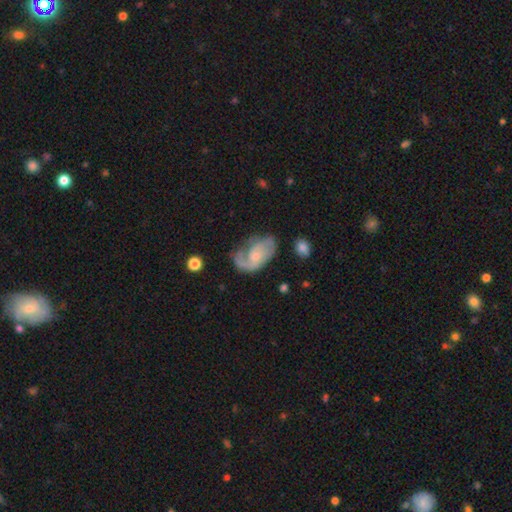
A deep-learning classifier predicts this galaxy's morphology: This appears to be a featured or disk galaxy (74%) with no bar (70%), 2 (46%) medium (42%) spiral arms (88%) and a small central bulge (61%). Merging: none (46%).